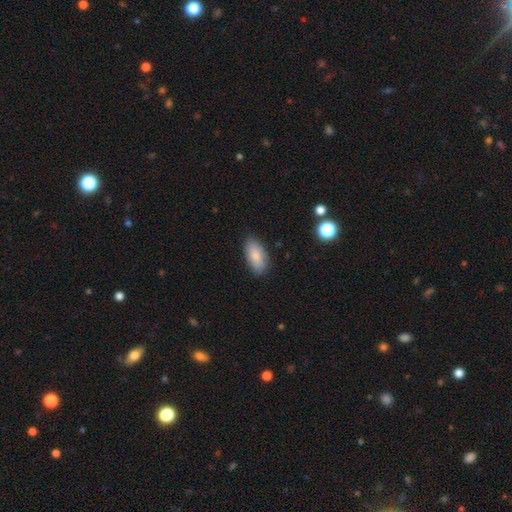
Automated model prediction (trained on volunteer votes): Smooth or featured? smooth (85%)
How rounded? in between (91%)
Merging? none (85%)